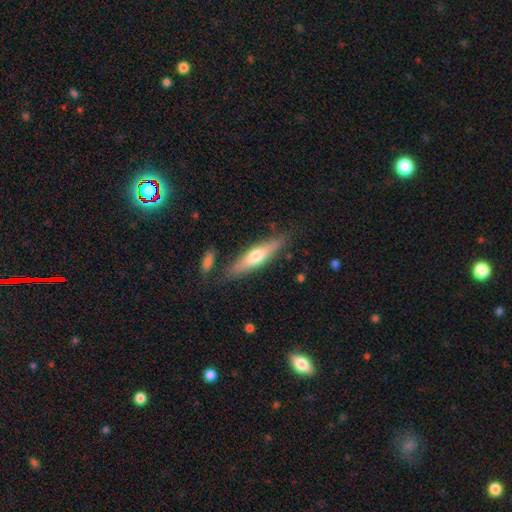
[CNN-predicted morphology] smooth-or-featured: smooth: 51% | featured or disk: 43% | star or artifact: 6%
  how-rounded: cigar-shaped: 76% | in between: 22% | round: 2%
  merging: none: 80% | minor disturbance: 13% | merger: 4% | major disturbance: 3%